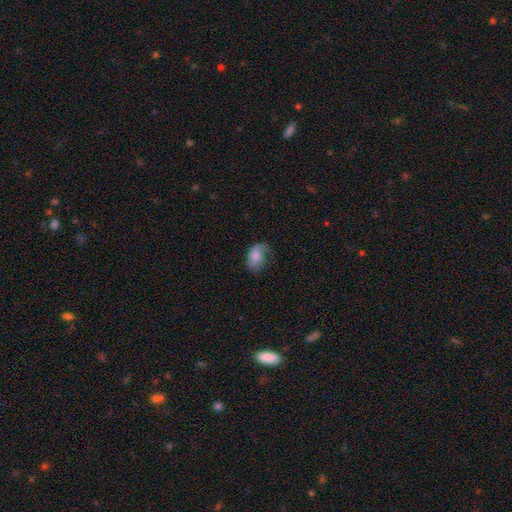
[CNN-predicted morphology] This appears to be a smooth galaxy with no disk features (66%) that is in between round and cigar-shaped (85%). Merging: none (45%).